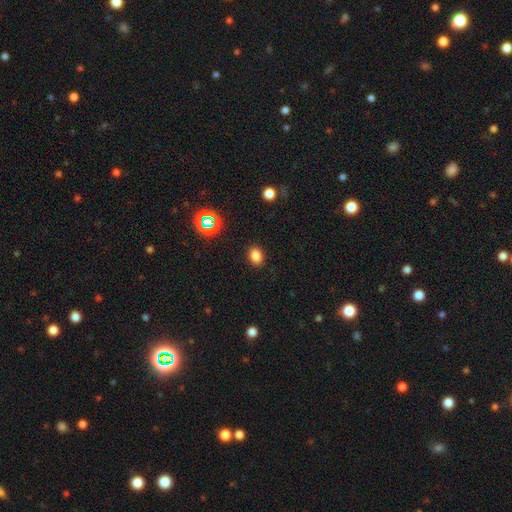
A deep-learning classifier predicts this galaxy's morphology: Smooth or featured? Predicted: smooth (p=0.80). How rounded? Predicted: in between (p=0.66). Merging? Predicted: none (p=0.89).